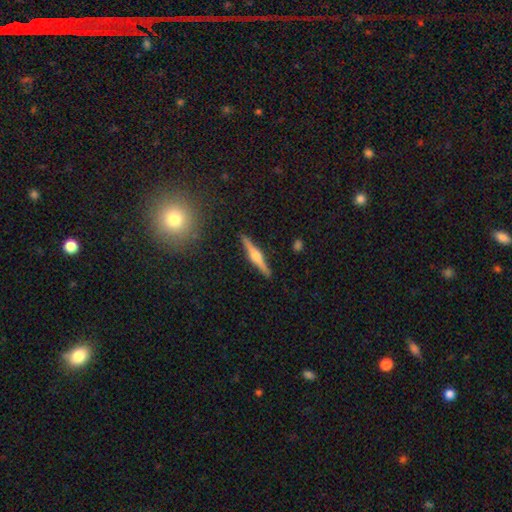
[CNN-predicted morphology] smooth-or-featured: featured or disk: 75% | smooth: 19% | star or artifact: 6%
  disk-edge-on: yes: 98% | no: 2%
    edge-on-bulge: rounded: 90% | boxy: 7% | none: 3%
  merging: none: 91% | minor disturbance: 6% | major disturbance: 1% | merger: 1%